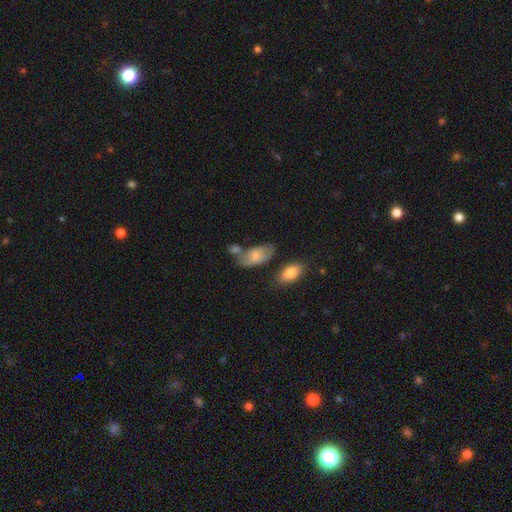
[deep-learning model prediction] This appears to be a smooth galaxy with no disk features (72%) that is in between round and cigar-shaped (92%). Merging: none (44%).